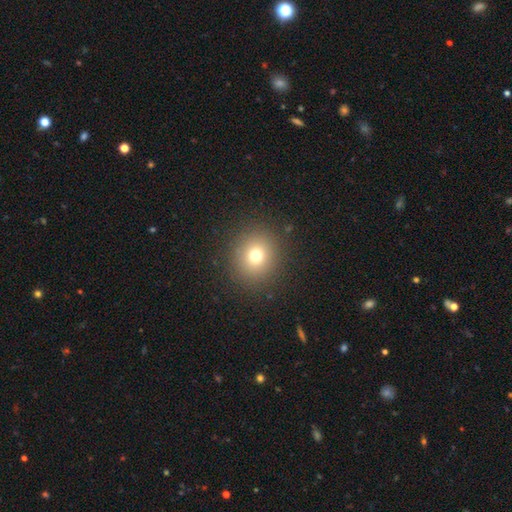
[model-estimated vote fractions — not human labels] A smooth galaxy with no disk features (73%) that is round (87%). Merging: none (88%).